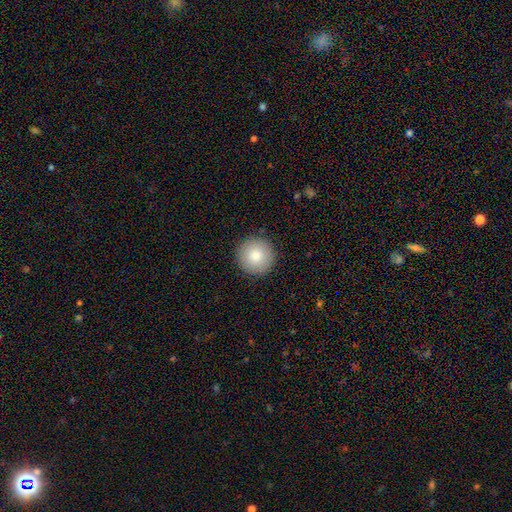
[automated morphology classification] A smooth galaxy with no disk features (83%) that is round (96%).

Vote fractions:
- Smooth or featured? smooth: 83% / featured or disk: 9% / star or artifact: 8%
- How rounded? round: 96% / in between: 3% / cigar-shaped: 1%
- Merging? none: 92% / minor disturbance: 6% / major disturbance: 2% / merger: 1%